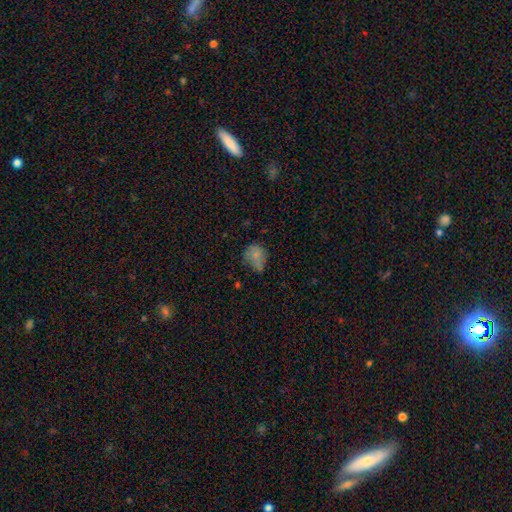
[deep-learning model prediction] Smooth or featured? smooth (71%)
How rounded? round (53%)
Merging? none (41%)